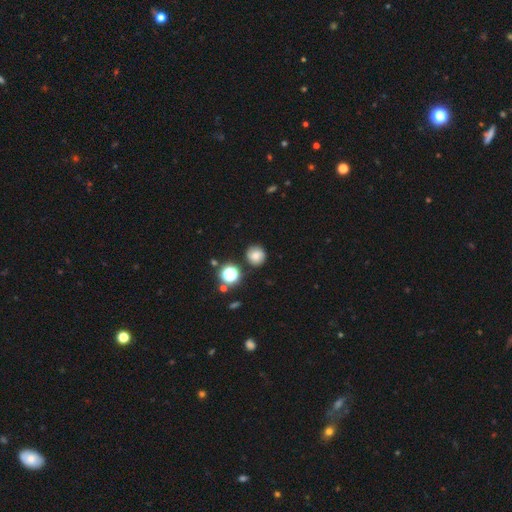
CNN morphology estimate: This appears to be a smooth galaxy with no disk features (71%) that is round (89%). Merging: none (81%).